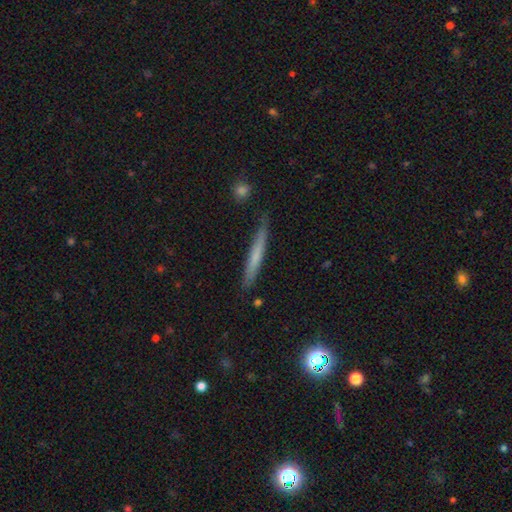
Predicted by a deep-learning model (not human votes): smooth-or-featured: smooth: 57% | featured or disk: 36% | star or artifact: 7%
  how-rounded: cigar-shaped: 96% | in between: 3% | round: 2%
  merging: none: 84% | minor disturbance: 12% | major disturbance: 2% | merger: 2%